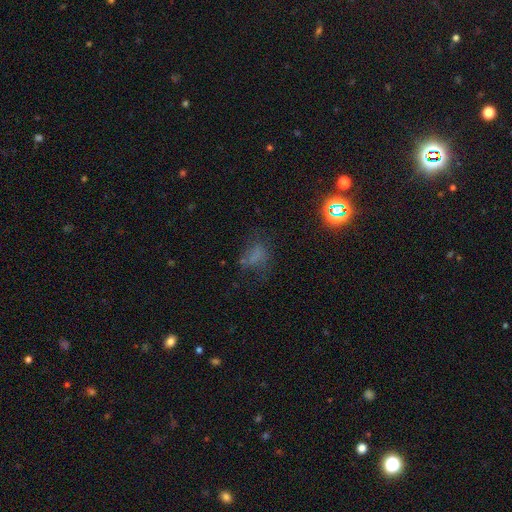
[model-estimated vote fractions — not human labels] smooth-or-featured: smooth: 49% | star or artifact: 30% | featured or disk: 21%
  merging: none: 47% | major disturbance: 25% | minor disturbance: 22% | merger: 6%